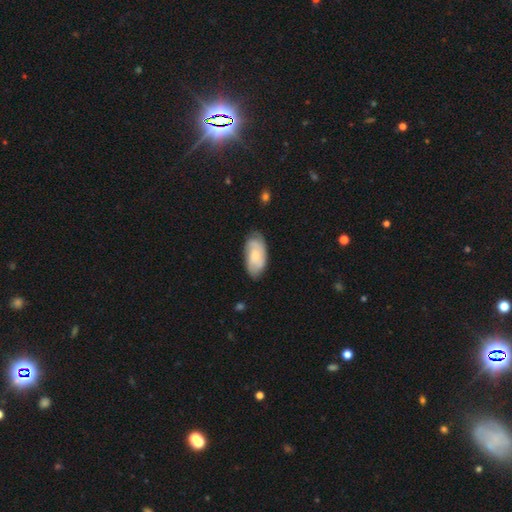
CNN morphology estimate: smooth 53%, featured or disk 41%, star or artifact 6%. Down the decision tree: how rounded — in between (93%); merging — none (71%).